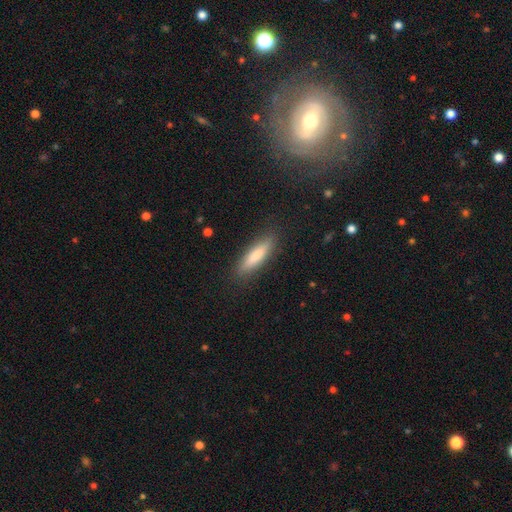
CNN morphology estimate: Smooth or featured: smooth — 79% (featured or disk — 15%)
How rounded: cigar-shaped — 73% (in between — 25%)
Merging: none — 87% (minor disturbance — 10%)